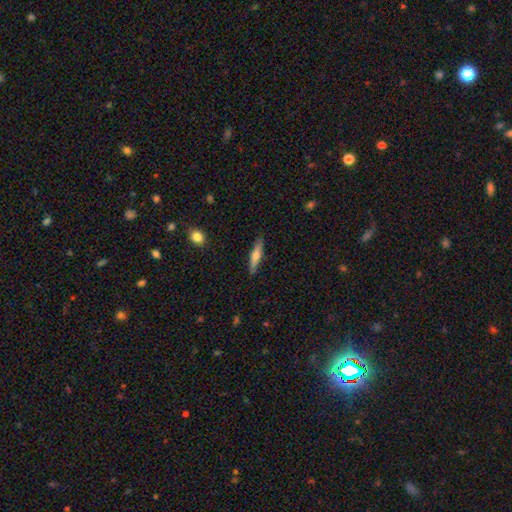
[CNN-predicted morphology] The model was most divided on "smooth or featured": smooth: 55%, featured or disk: 39%, star or artifact: 6%. More confident: merging — none (89%); how rounded — cigar-shaped (84%).